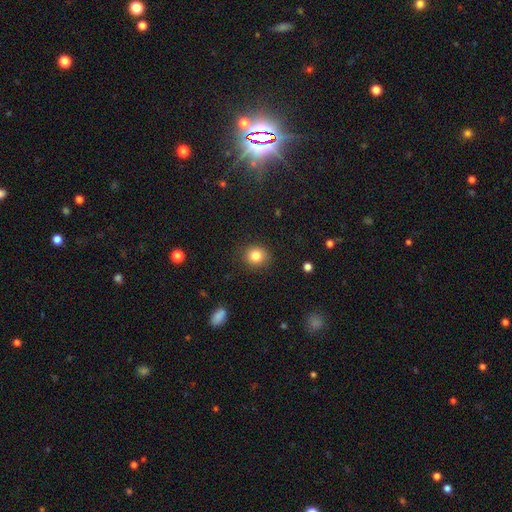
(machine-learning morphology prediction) A smooth galaxy with no disk features (83%) that is round (82%). Merging: none (88%).